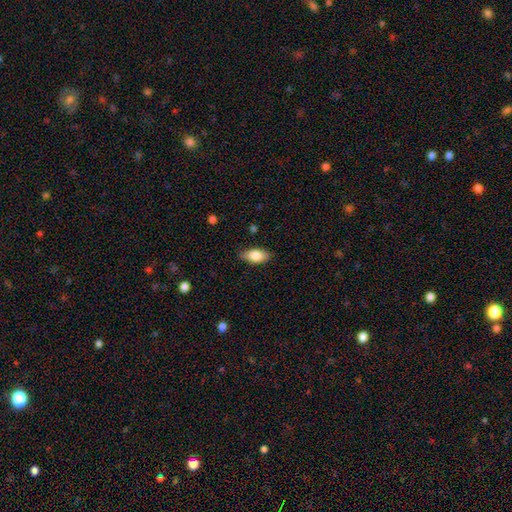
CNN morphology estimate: This is likely a smooth galaxy (78%). How rounded: clearly in between (88%). Merging: clearly none (82%).